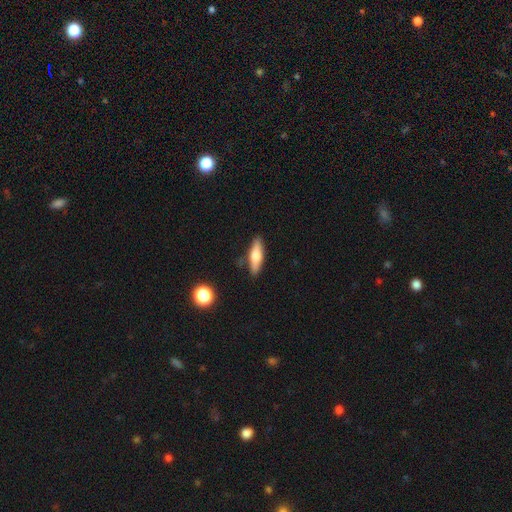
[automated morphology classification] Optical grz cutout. It shows a smooth galaxy with no disk features (63%) that is cigar-shaped (55%). Merging: none (84%).